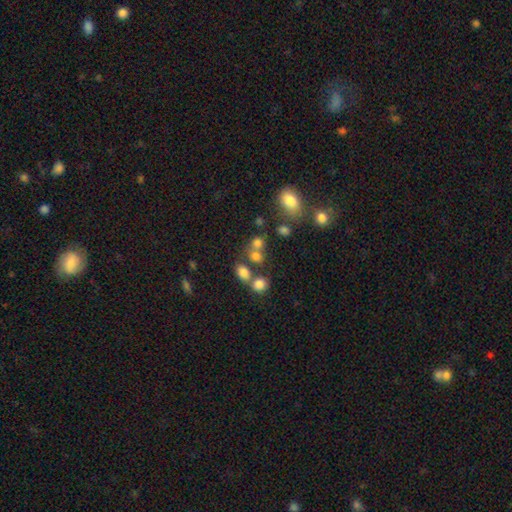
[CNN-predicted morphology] smooth-or-featured: smooth: 73% | star or artifact: 17% | featured or disk: 10%
  how-rounded: round: 63% | in between: 36% | cigar-shaped: 1%
  merging: none: 49% | merger: 35% | minor disturbance: 10% | major disturbance: 6%